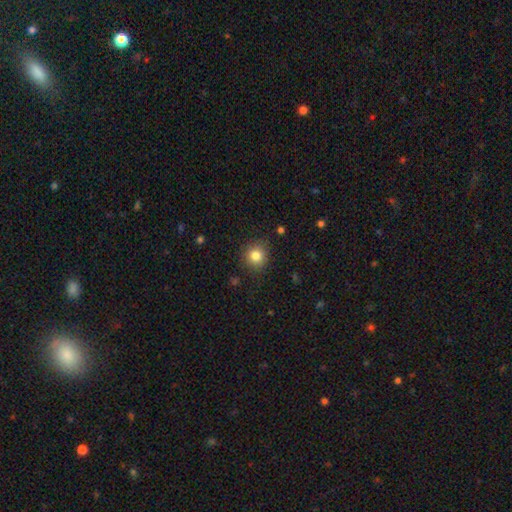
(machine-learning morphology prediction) Smooth or featured? smooth (83%)
How rounded? round (88%)
Merging? none (86%)